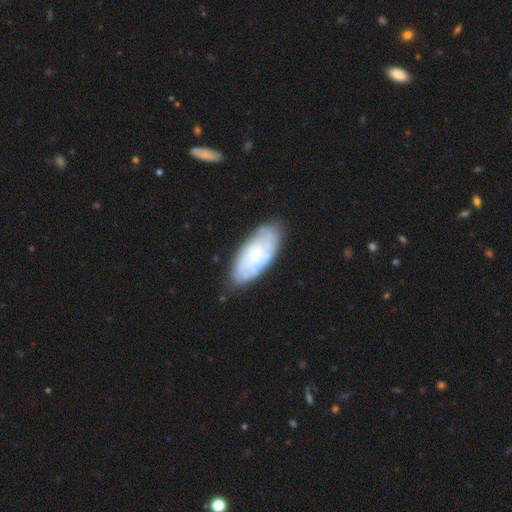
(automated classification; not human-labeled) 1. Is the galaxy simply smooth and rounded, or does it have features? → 60% featured or disk, 33% smooth, 6% star or artifact.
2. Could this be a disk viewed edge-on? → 91% no, 9% yes.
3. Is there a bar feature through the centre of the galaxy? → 78% no, 19% weak, 3% strong.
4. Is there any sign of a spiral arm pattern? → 77% yes, 23% no.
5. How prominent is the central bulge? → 74% small, 17% moderate, 6% none, 2% large, 1% dominant.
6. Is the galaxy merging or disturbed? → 75% none, 18% minor disturbance, 4% major disturbance, 3% merger.